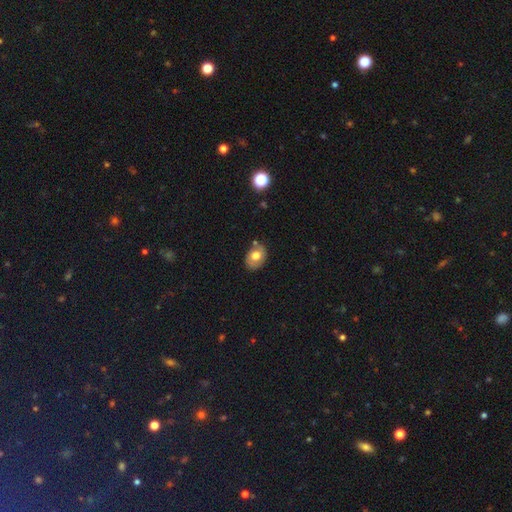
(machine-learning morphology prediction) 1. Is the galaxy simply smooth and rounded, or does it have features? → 66% smooth, 25% featured or disk, 8% star or artifact.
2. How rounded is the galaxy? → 68% in between, 31% round, 1% cigar-shaped.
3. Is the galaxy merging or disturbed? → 73% none, 18% minor disturbance, 5% merger, 4% major disturbance.